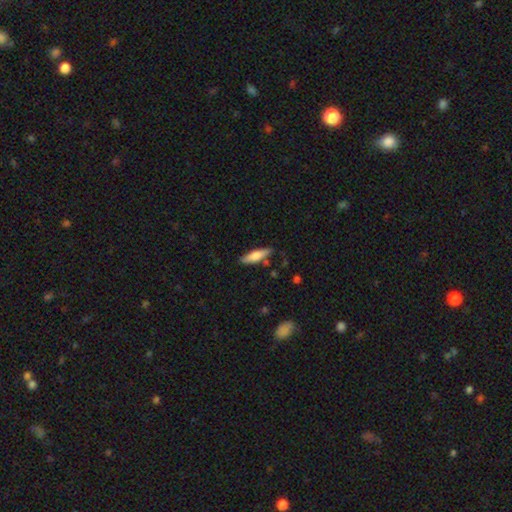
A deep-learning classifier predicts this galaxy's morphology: Overall: smooth (68%). How rounded: cigar-shaped (66%; in between 32%). Merging: none (80%).